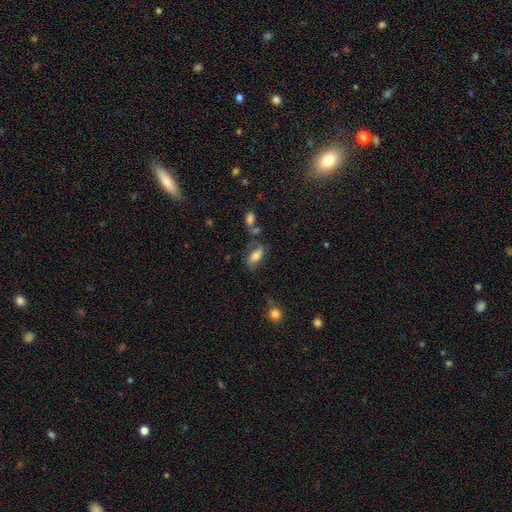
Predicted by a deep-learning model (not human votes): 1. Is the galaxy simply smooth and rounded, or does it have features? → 51% smooth, 39% featured or disk, 9% star or artifact.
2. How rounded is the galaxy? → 85% in between, 9% cigar-shaped, 6% round.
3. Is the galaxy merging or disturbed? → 52% none, 23% minor disturbance, 15% major disturbance, 11% merger.